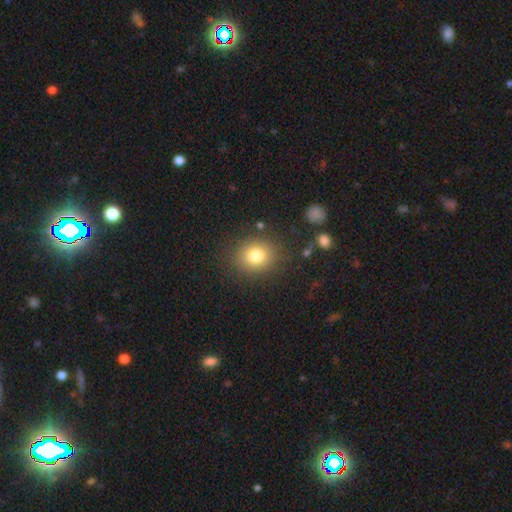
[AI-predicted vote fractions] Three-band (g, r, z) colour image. It shows a smooth galaxy with no disk features (79%) that is round (73%). Merging: none (84%).